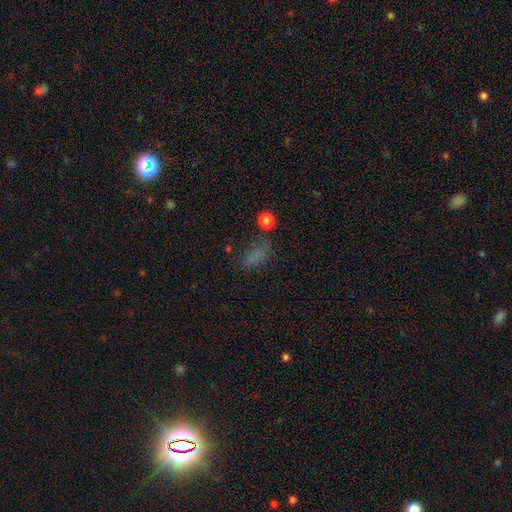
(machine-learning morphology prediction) A smooth galaxy with no disk features (69%) that is in between round and cigar-shaped (74%). Merging: none (55%).